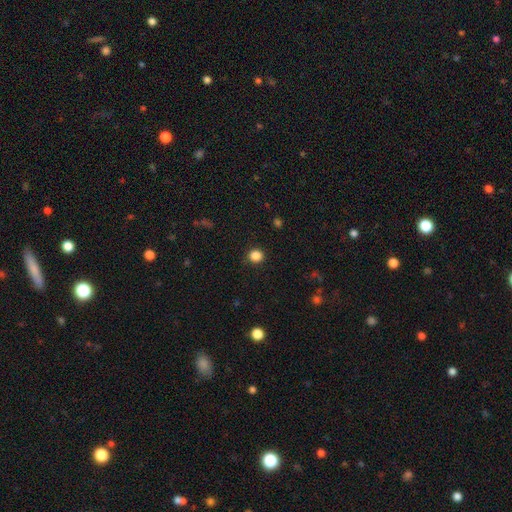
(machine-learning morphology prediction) Smooth or featured? Predicted: smooth (p=0.86). How rounded? Predicted: round (p=0.88). Merging? Predicted: none (p=0.90).